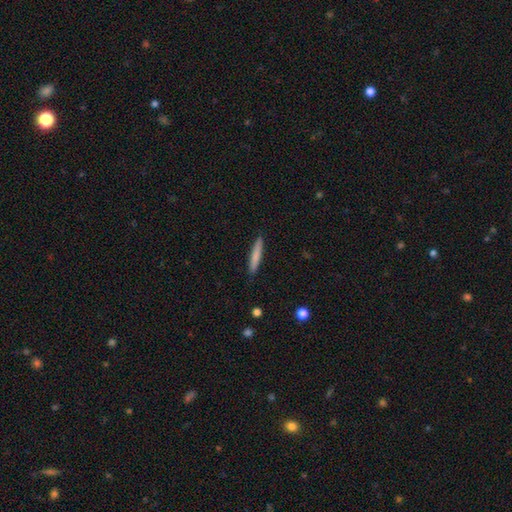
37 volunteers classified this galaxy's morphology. Q: Smooth or featured?
A: smooth (78%); runner-up: featured or disk (22%)
Q: How rounded?
A: cigar-shaped (97%); runner-up: in between (3%)
Q: Merging?
A: none (95%); runner-up: minor disturbance (3%)